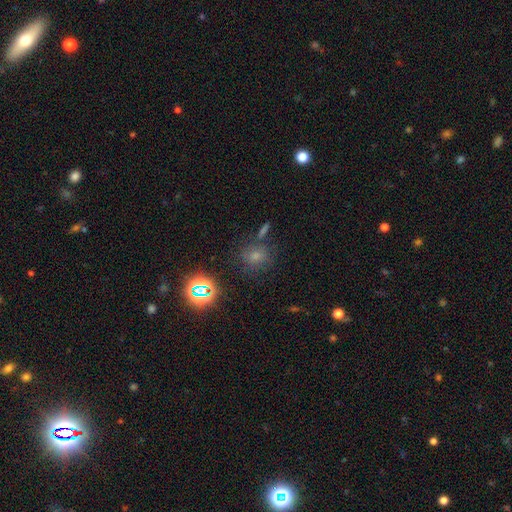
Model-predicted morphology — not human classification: This is possibly a smooth galaxy (49%). Merging: likely none (76%).